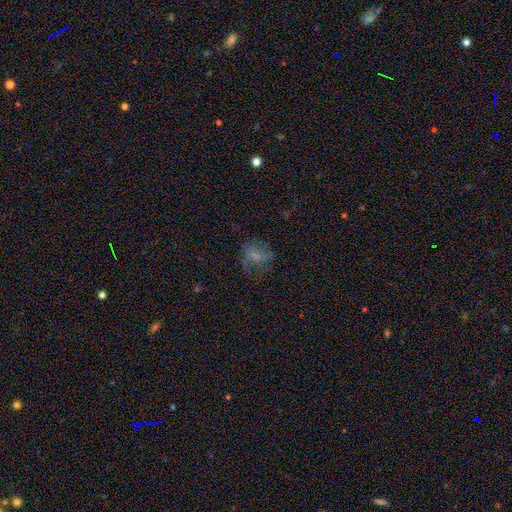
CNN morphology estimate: Smooth or featured: smooth — 48% (featured or disk — 35%)
Merging: none — 53% (minor disturbance — 23%)